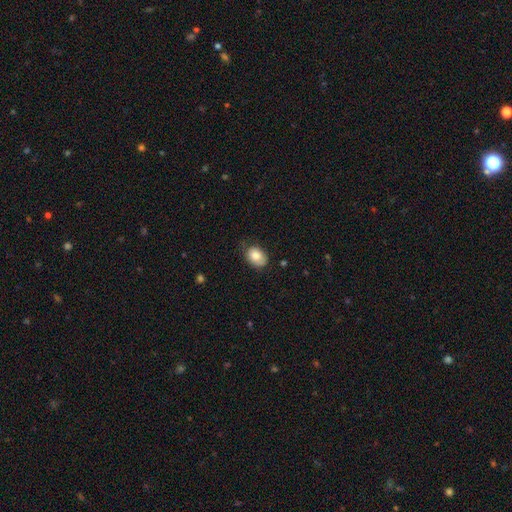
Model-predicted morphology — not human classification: smooth_or_featured: smooth (p=0.80) [alt: featured or disk p=0.12]
how_rounded: in between (p=0.70) [alt: round p=0.29]
merging: none (p=0.63) [alt: minor disturbance p=0.29]